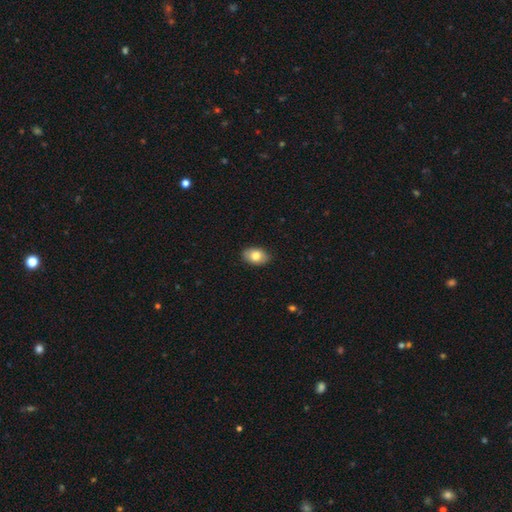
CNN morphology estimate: This appears to be a smooth galaxy with no disk features (80%) that is in between round and cigar-shaped (87%). Merging: none (87%).